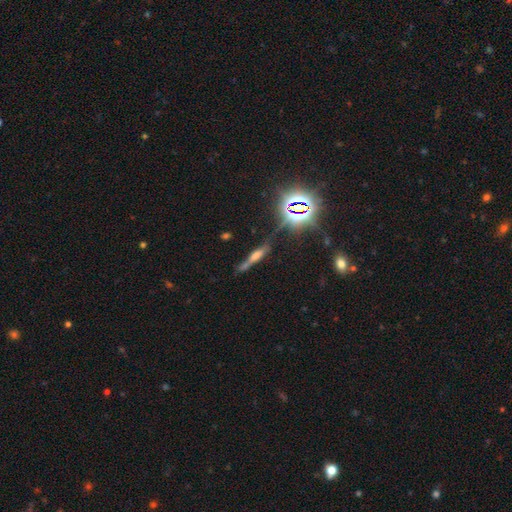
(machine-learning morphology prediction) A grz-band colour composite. It shows a featured or disk galaxy (40%). Merging: none (71%).